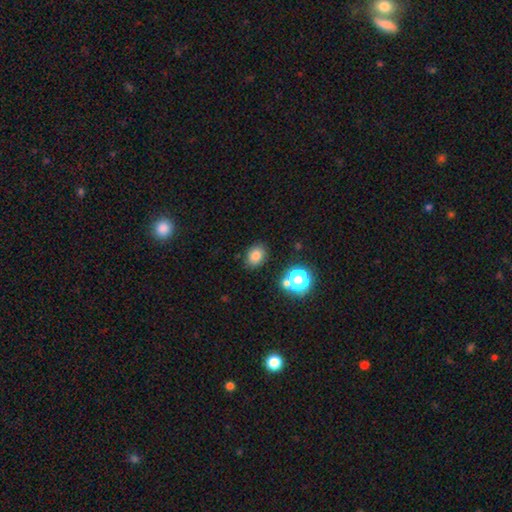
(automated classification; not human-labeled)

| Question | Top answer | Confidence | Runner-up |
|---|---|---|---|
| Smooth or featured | smooth | 79% | star or artifact (14%) |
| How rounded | in between | 59% | round (40%) |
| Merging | none | 83% | minor disturbance (10%) |